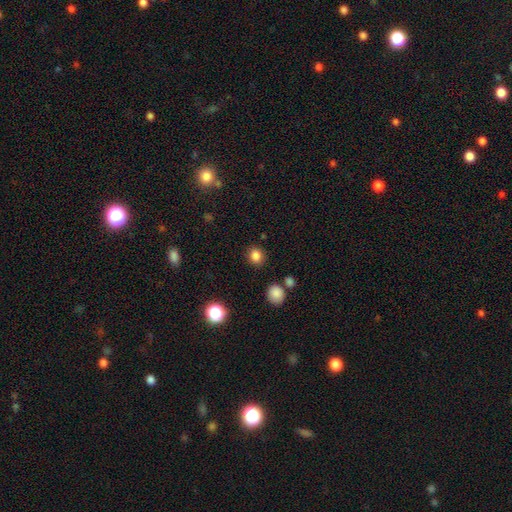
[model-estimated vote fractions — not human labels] Smooth or featured? Predicted: smooth (p=0.83). How rounded? Predicted: round (p=0.73). Merging? Predicted: none (p=0.87).